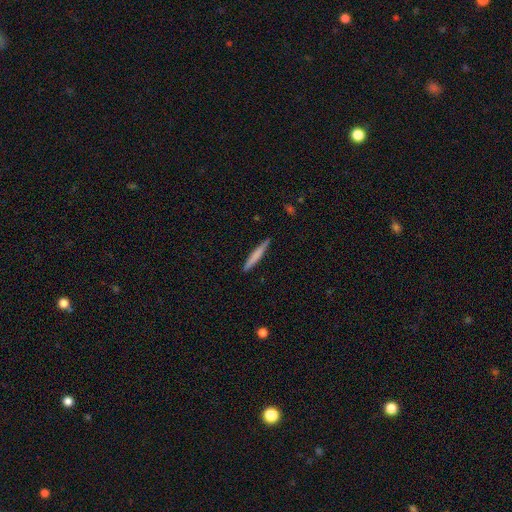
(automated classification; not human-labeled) smooth_or_featured: smooth (p=0.69) [alt: featured or disk p=0.26]
how_rounded: cigar-shaped (p=0.96) [alt: in between p=0.03]
merging: none (p=0.89) [alt: minor disturbance p=0.09]